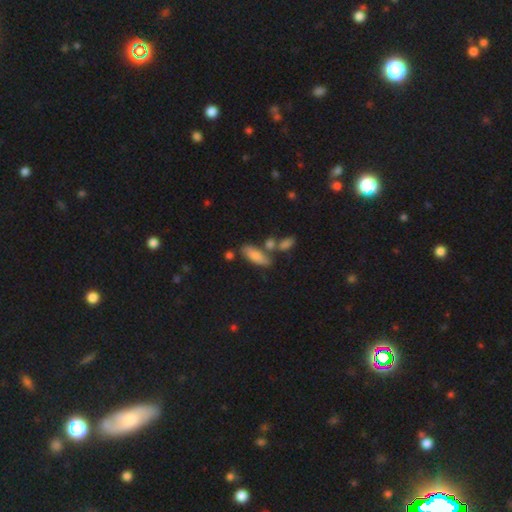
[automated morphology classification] type=smooth (79%); roundness=in between (66%); merging=none (64%).